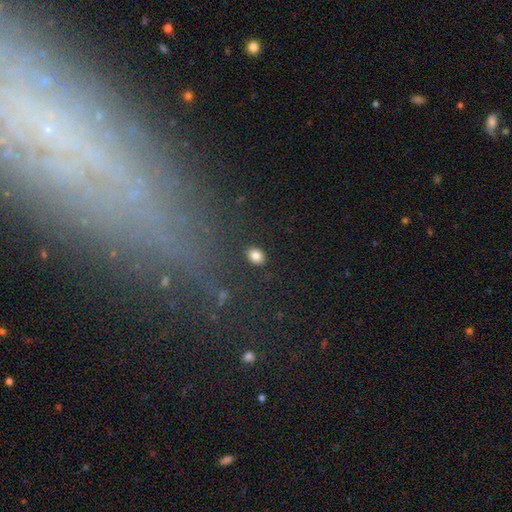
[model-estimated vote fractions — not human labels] Overall: smooth (83%). How rounded: in between (70%). Merging: none (87%).